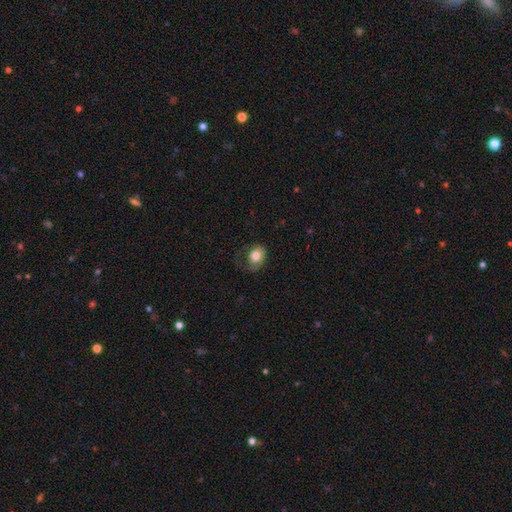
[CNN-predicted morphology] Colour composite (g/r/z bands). It shows a smooth galaxy with no disk features (77%) that is in between round and cigar-shaped (54%). Merging: none (49%).